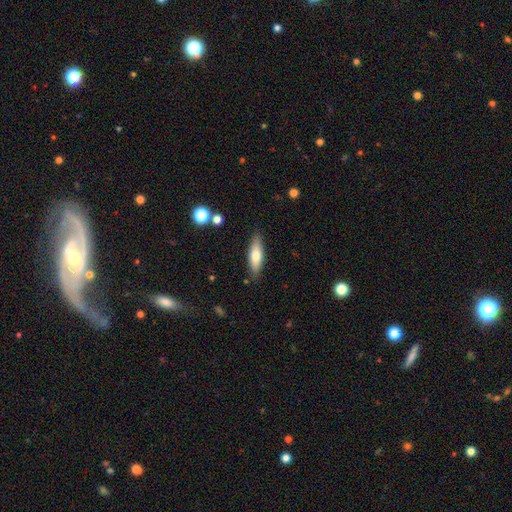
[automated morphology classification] This appears to be a smooth galaxy with no disk features (68%) that is cigar-shaped (52%). Merging: none (86%).